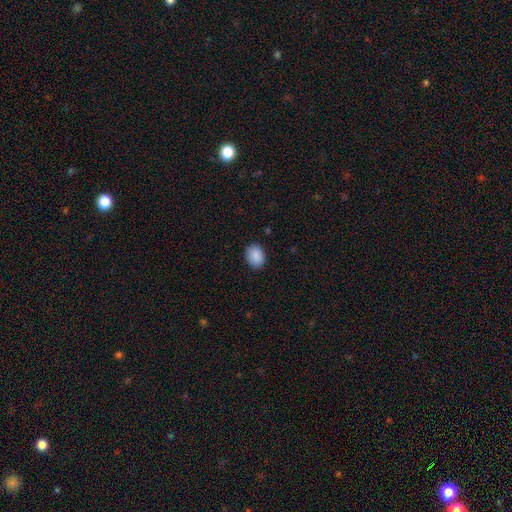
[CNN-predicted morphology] This is clearly a smooth galaxy (89%). How rounded: possibly in between (55%). Merging: clearly none (86%).